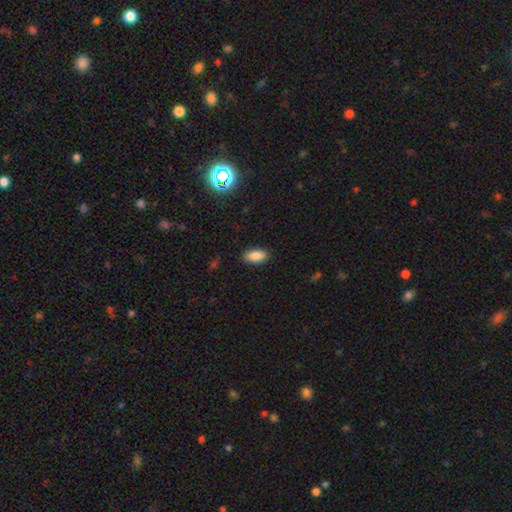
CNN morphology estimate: Overall: smooth (87%). How rounded: in between (92%). Merging: none (89%).